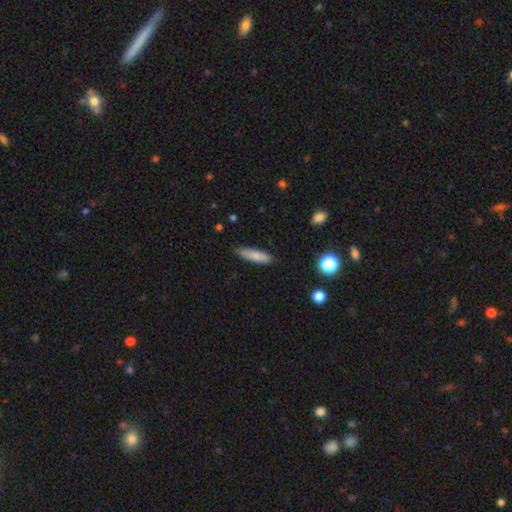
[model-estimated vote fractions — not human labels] Q: Smooth or featured?
A: smooth (81%); runner-up: featured or disk (12%)
Q: How rounded?
A: cigar-shaped (68%); runner-up: in between (30%)
Q: Merging?
A: none (85%); runner-up: minor disturbance (12%)